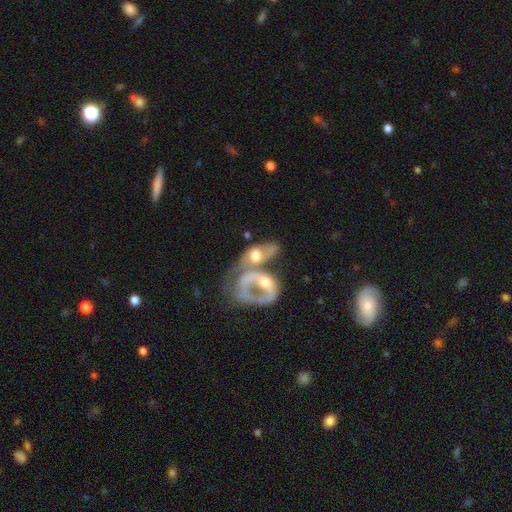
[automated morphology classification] Overall: featured or disk (57%; smooth 35%). Edge-on disk: no (93%). Bar: no (80%). Spiral arms: no (65%; yes 35%). Bulge size: moderate (56%; small 18%). Merging: merger (66%).